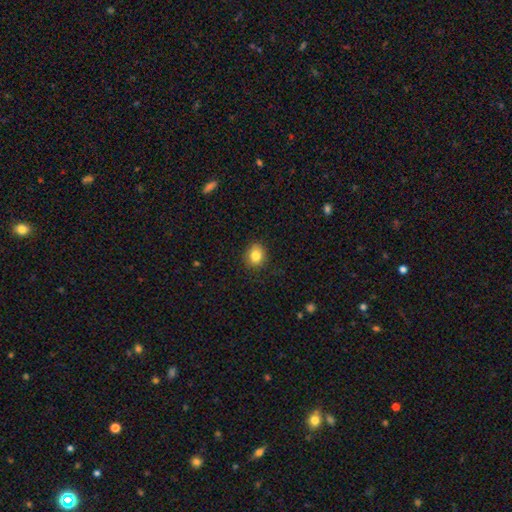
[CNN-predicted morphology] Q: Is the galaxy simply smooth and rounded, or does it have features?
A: smooth — 83%.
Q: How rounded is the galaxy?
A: round — 72%.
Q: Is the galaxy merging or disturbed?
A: none — 86%.